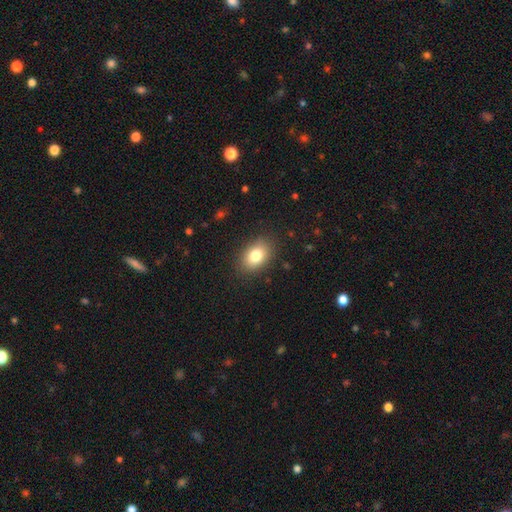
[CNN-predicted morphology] Smooth or featured? smooth (80%)
How rounded? in between (79%)
Merging? none (86%)